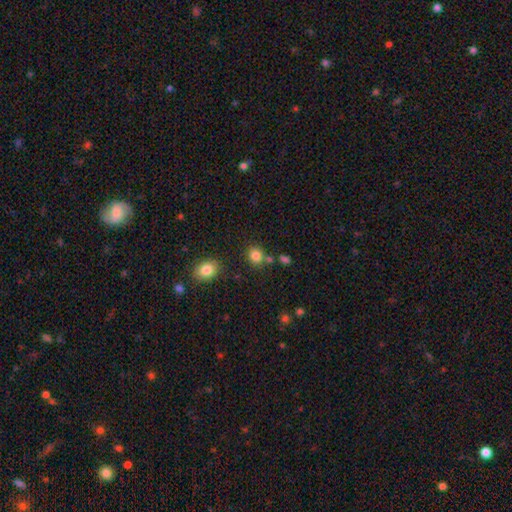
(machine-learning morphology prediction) Smooth or featured: smooth — 83% (star or artifact — 11%)
How rounded: round — 73% (in between — 26%)
Merging: none — 74% (merger — 12%)